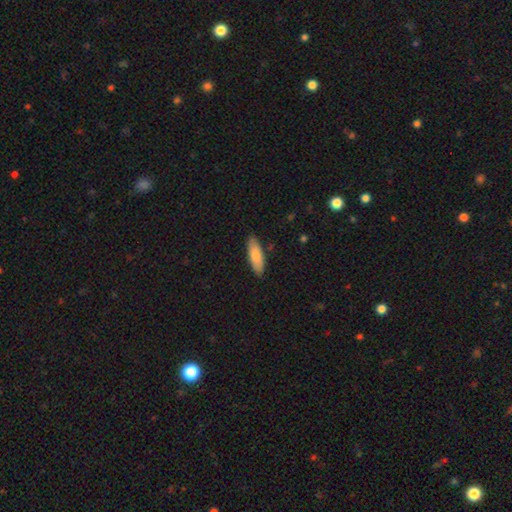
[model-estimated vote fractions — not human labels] Smooth or featured: smooth — 83% (featured or disk — 12%)
How rounded: in between — 56% (cigar-shaped — 42%)
Merging: none — 87% (minor disturbance — 10%)